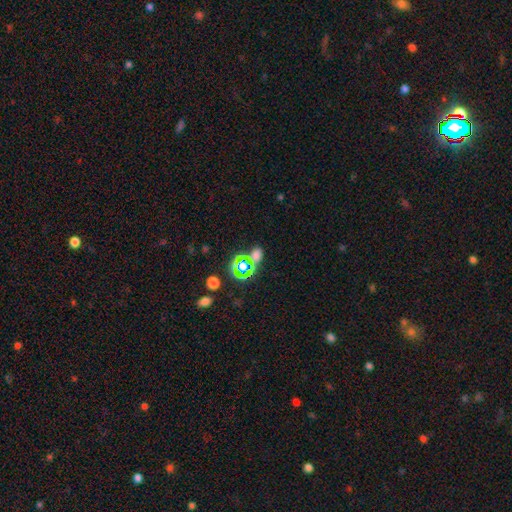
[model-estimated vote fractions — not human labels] Smooth or featured? smooth (51%)
How rounded? in between (62%)
Merging? none (62%)